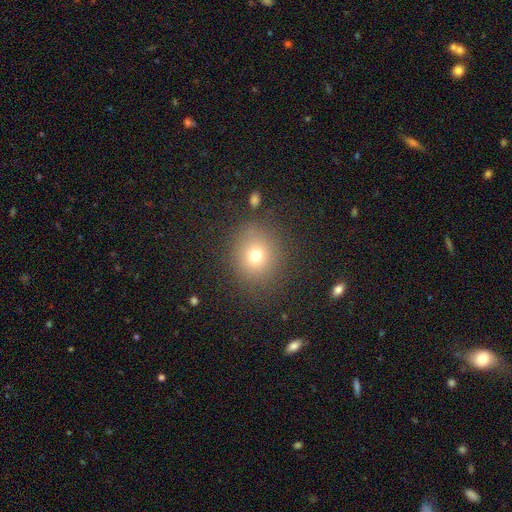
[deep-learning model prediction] The model was most divided on "smooth or featured": smooth: 72%, star or artifact: 17%, featured or disk: 11%. More confident: merging — none (84%); how rounded — round (83%).